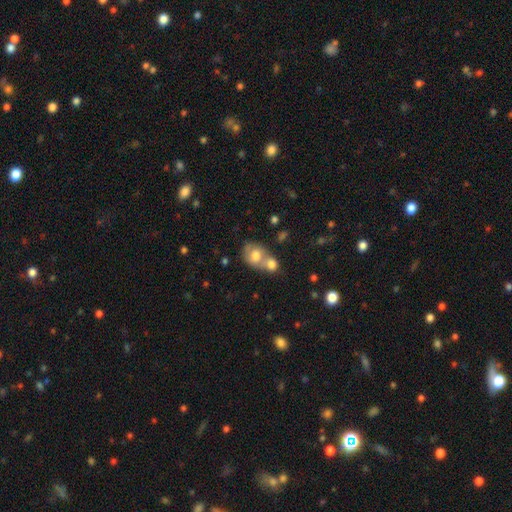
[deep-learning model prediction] This appears to be a smooth galaxy with no disk features (70%) that is round (60%). Merging: merger (61%).